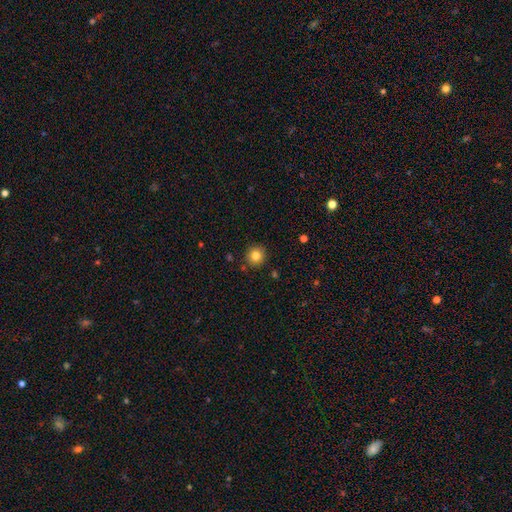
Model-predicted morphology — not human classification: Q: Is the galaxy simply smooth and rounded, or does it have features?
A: smooth — 82%.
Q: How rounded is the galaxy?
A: round — 93%.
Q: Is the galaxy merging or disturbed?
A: none — 90%.